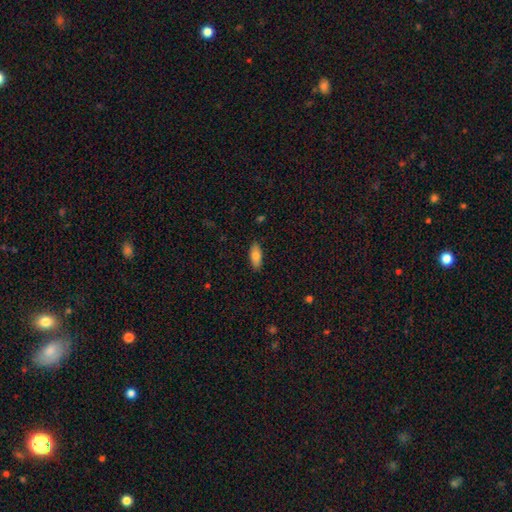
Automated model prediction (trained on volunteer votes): This is likely a smooth galaxy (77%). How rounded: clearly in between (84%). Merging: clearly none (88%).